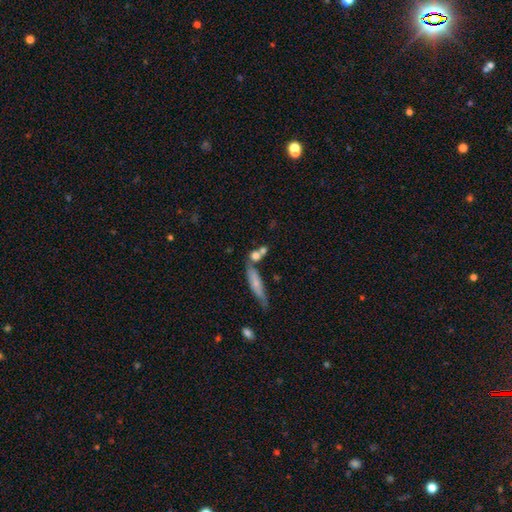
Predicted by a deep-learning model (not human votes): Smooth or featured? Predicted: smooth (p=0.42). Merging? Predicted: none (p=0.63).